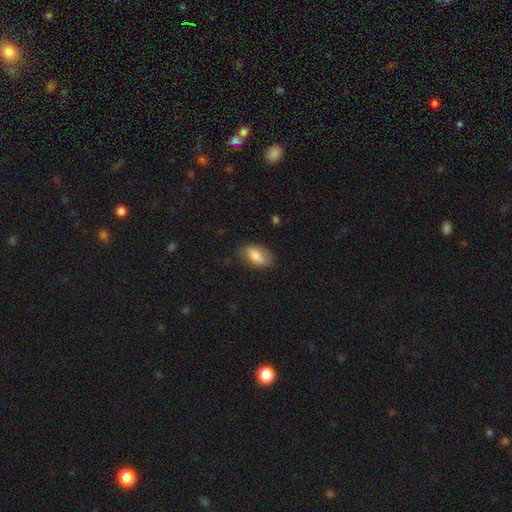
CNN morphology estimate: Smooth or featured? smooth (72%)
How rounded? in between (91%)
Merging? none (72%)